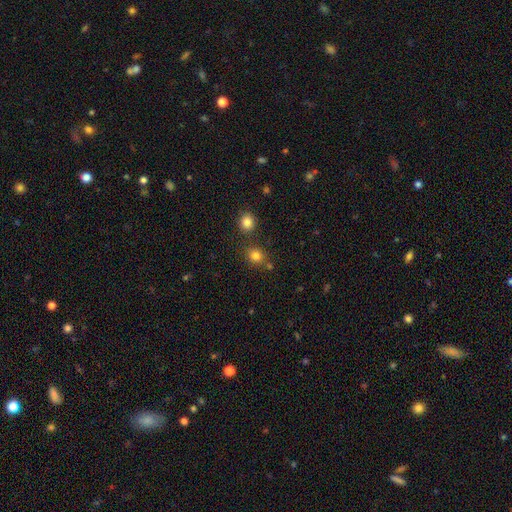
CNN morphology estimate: Smooth or featured?
  - smooth: 81% *
  - star or artifact: 14%
  - featured or disk: 6%
How rounded?
  - round: 74% *
  - in between: 25%
  - cigar-shaped: 1%
Merging?
  - none: 76% *
  - merger: 11%
  - minor disturbance: 10%
  - major disturbance: 3%